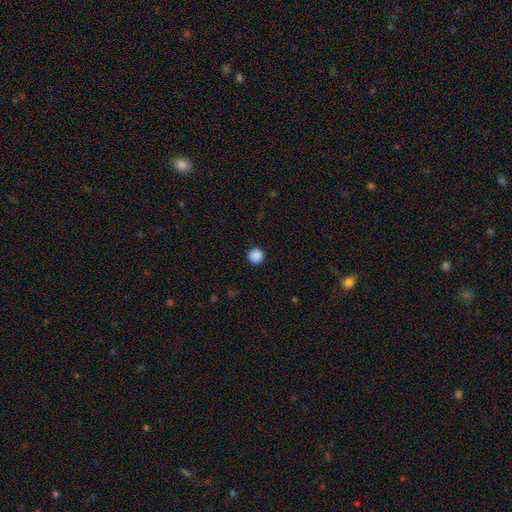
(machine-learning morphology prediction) smooth_or_featured: smooth (p=0.88) [alt: star or artifact p=0.10]
how_rounded: round (p=0.95) [alt: in between p=0.04]
merging: none (p=0.92) [alt: minor disturbance p=0.05]